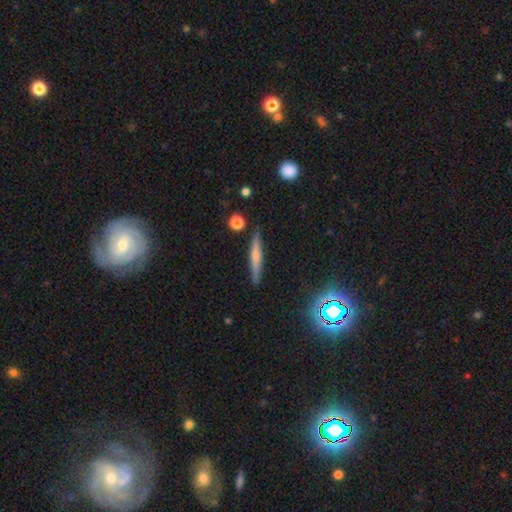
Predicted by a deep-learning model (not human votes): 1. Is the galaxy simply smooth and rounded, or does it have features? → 52% smooth, 40% featured or disk, 8% star or artifact.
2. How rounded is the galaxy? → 92% cigar-shaped, 5% in between, 2% round.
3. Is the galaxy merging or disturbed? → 88% none, 9% minor disturbance, 2% merger, 2% major disturbance.